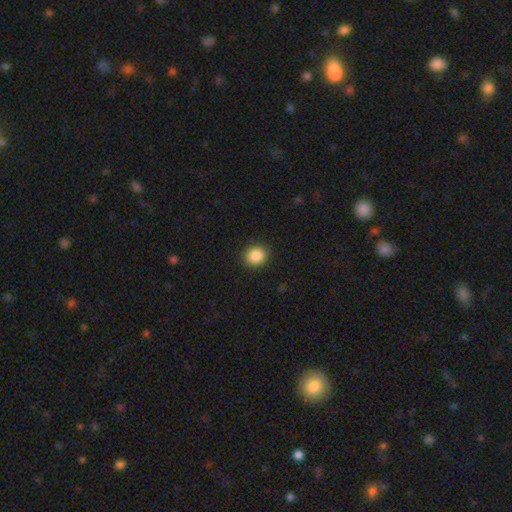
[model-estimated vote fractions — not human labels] Q: Smooth or featured?
A: smooth (87%); runner-up: star or artifact (9%)
Q: How rounded?
A: round (80%); runner-up: in between (19%)
Q: Merging?
A: none (91%); runner-up: minor disturbance (6%)